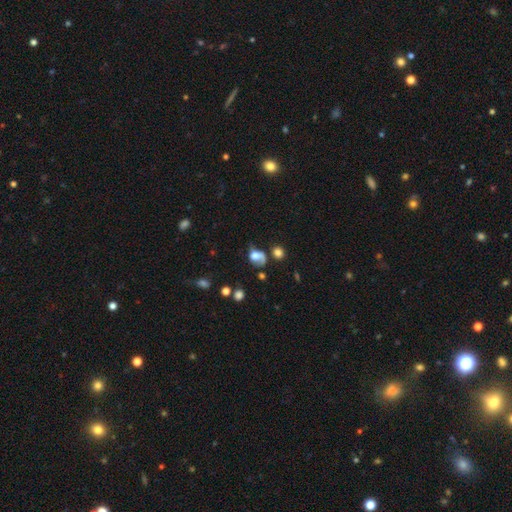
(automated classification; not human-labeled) Smooth or featured? smooth (50%)
How rounded? in between (55%)
Merging? major disturbance (33%)